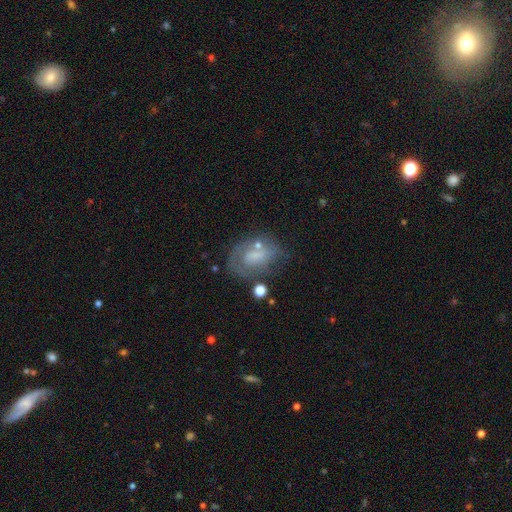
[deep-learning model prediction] Overall: featured or disk (51%; smooth 38%). Edge-on disk: no (96%). Merging: none (46%; minor disturbance 24%).